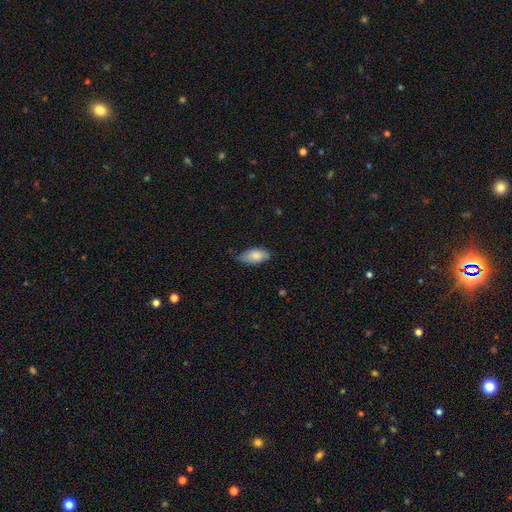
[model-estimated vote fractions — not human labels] smooth_or_featured: smooth (p=0.81) [alt: featured or disk p=0.12]
how_rounded: in between (p=0.93) [alt: cigar-shaped p=0.05]
merging: none (p=0.66) [alt: minor disturbance p=0.29]